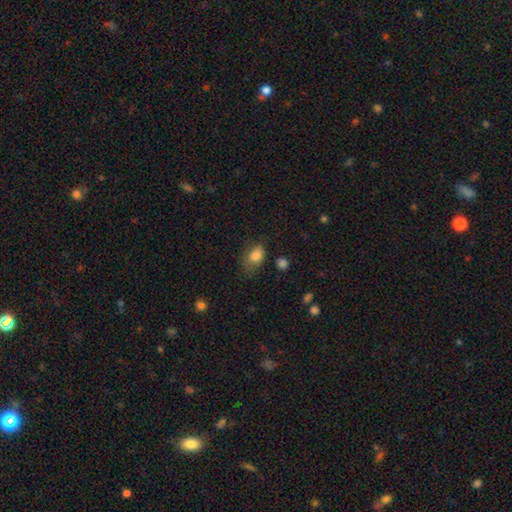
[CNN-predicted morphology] A smooth galaxy with no disk features (83%) that is in between round and cigar-shaped (74%).

Vote fractions:
- Smooth or featured? smooth: 83% / star or artifact: 10% / featured or disk: 8%
- How rounded? in between: 74% / round: 24% / cigar-shaped: 2%
- Merging? none: 46% / minor disturbance: 35% / major disturbance: 16% / merger: 3%